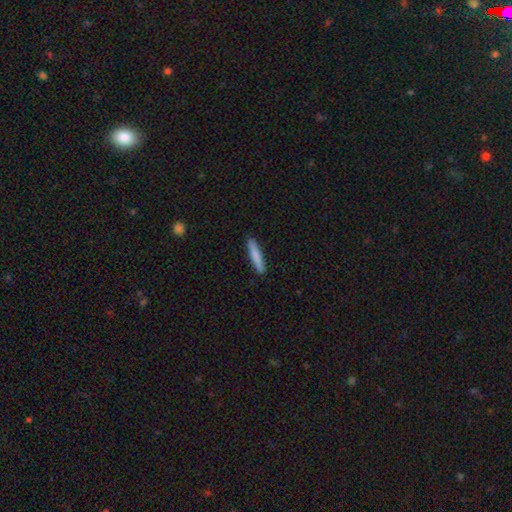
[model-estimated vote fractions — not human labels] A smooth galaxy with no disk features (81%) that is cigar-shaped (90%).

Vote fractions:
- Smooth or featured? smooth: 81% / featured or disk: 13% / star or artifact: 5%
- How rounded? cigar-shaped: 90% / in between: 8% / round: 1%
- Merging? none: 90% / minor disturbance: 7% / major disturbance: 1% / merger: 1%